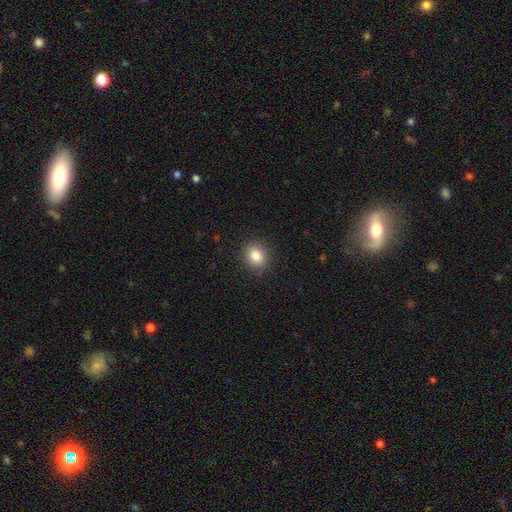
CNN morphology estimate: The model was most divided on "how rounded": round: 70%, in between: 29%, cigar-shaped: 1%. More confident: merging — none (89%); smooth or featured — smooth (85%).